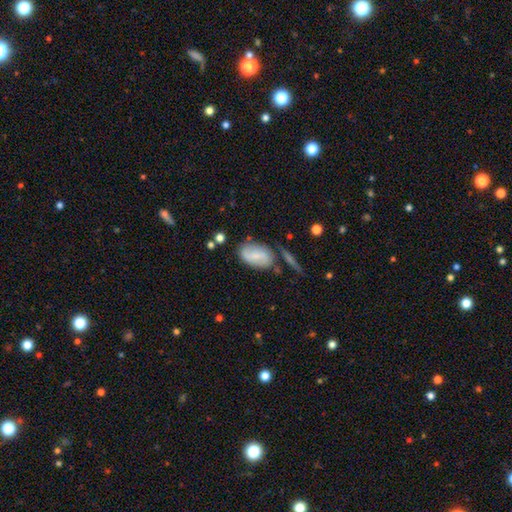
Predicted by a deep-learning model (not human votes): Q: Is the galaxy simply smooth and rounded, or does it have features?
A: smooth — 52%.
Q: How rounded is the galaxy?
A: in between — 89%.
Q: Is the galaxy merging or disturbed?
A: none — 63%.